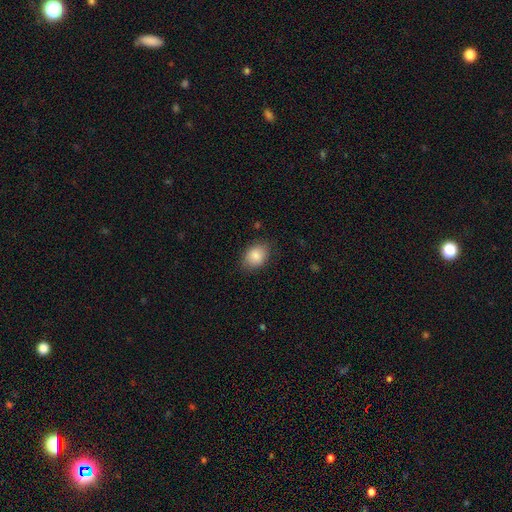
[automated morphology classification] Smooth or featured: smooth — 87% (star or artifact — 8%)
How rounded: in between — 68% (round — 31%)
Merging: none — 81% (minor disturbance — 14%)